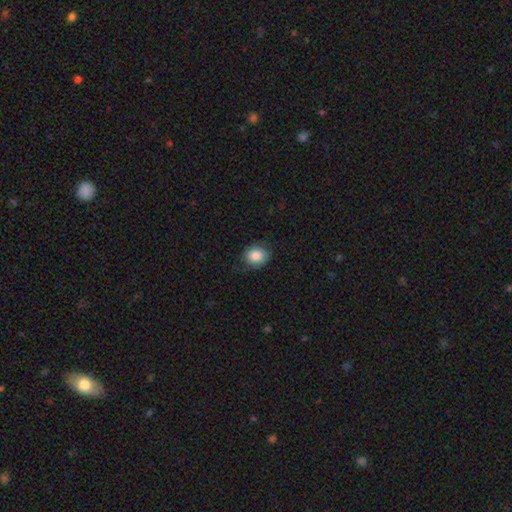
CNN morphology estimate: type=smooth (85%); roundness=round (61%); merging=none (76%).